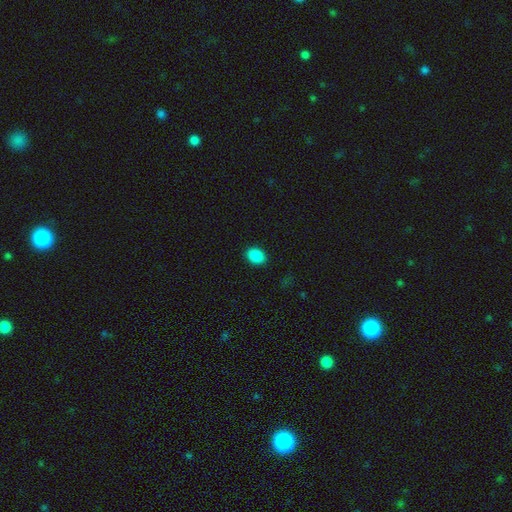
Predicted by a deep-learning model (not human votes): Morphology: type=smooth (88%); roundness=in between (65%); merging=none (90%).